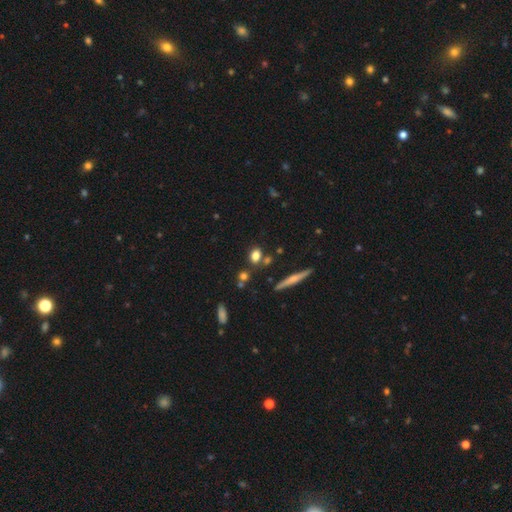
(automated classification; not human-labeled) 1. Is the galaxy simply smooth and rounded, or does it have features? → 78% smooth, 11% star or artifact, 11% featured or disk.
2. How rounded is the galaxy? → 56% in between, 36% round, 8% cigar-shaped.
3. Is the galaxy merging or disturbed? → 72% none, 13% merger, 11% minor disturbance, 4% major disturbance.